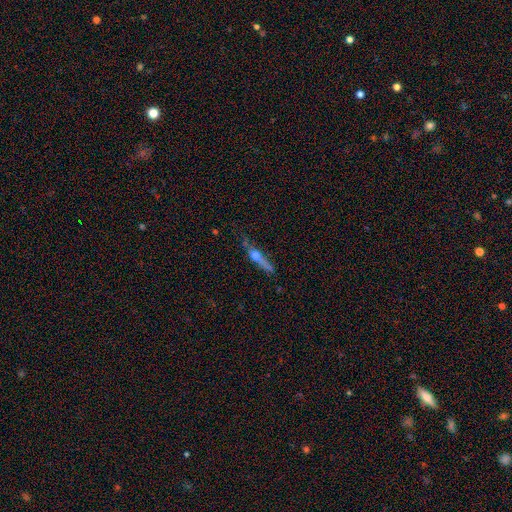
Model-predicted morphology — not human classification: Overall: featured or disk (50%; smooth 40%). Edge-on disk: yes (88%). Merging: none (57%; minor disturbance 25%).